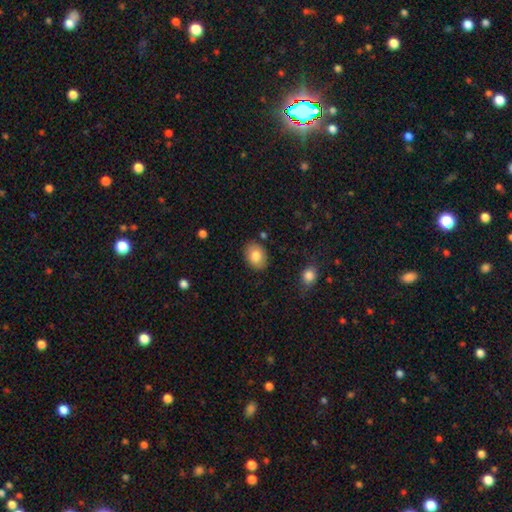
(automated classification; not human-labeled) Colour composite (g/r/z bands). It shows a smooth galaxy with no disk features (81%) that is in between round and cigar-shaped (69%). Merging: none (86%).